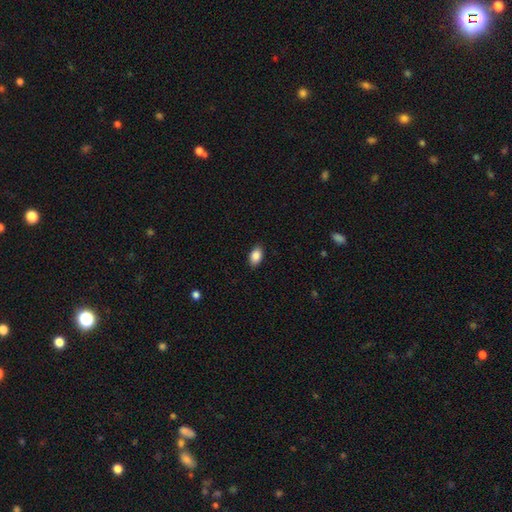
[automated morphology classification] A smooth galaxy with no disk features (88%) that is in between round and cigar-shaped (90%). Merging: none (89%).